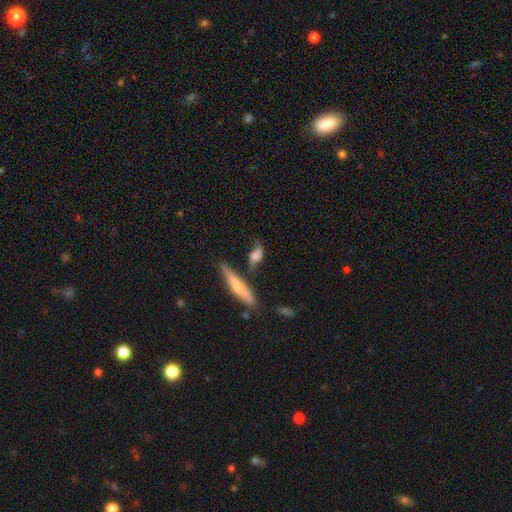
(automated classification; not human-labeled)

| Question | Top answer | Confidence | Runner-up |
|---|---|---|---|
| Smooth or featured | featured or disk | 62% | smooth (29%) |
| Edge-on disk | no | 66% | yes (34%) |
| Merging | none | 51% | minor disturbance (22%) |